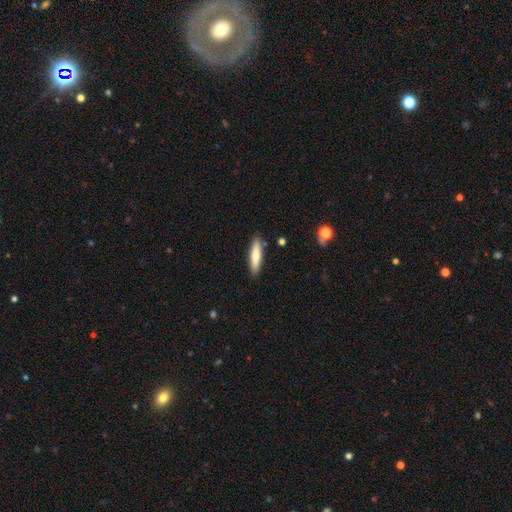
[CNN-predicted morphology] Smooth or featured?
  - smooth: 72% *
  - featured or disk: 22%
  - star or artifact: 6%
How rounded?
  - cigar-shaped: 77% *
  - in between: 22%
  - round: 1%
Merging?
  - none: 86% *
  - minor disturbance: 10%
  - merger: 2%
  - major disturbance: 2%